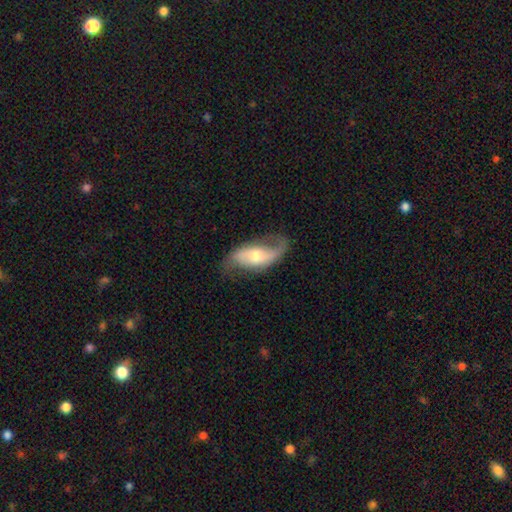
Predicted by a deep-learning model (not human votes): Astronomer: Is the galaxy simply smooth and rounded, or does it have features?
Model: featured or disk — 79%.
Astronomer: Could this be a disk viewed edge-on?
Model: no — 93%.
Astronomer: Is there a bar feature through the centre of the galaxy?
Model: no — 50% (runner-up: weak, 34%).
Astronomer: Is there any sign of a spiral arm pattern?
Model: yes — 93%.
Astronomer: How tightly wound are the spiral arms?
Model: loose — 68%.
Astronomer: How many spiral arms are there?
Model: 2 — 83%.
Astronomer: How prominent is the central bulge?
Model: moderate — 64%.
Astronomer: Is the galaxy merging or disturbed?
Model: none — 67%.